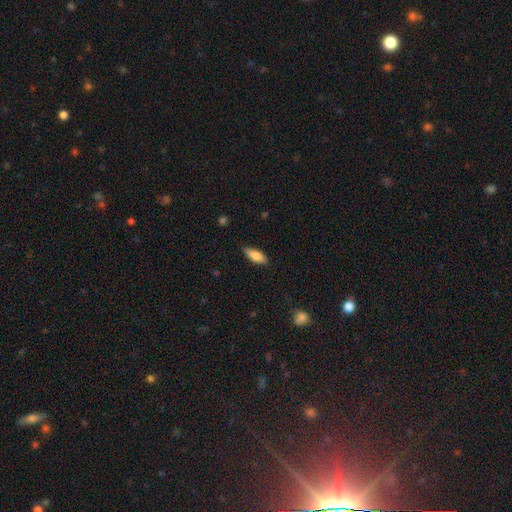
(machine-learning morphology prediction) This is clearly a smooth galaxy (84%). How rounded: likely in between (73%). Merging: clearly none (82%).